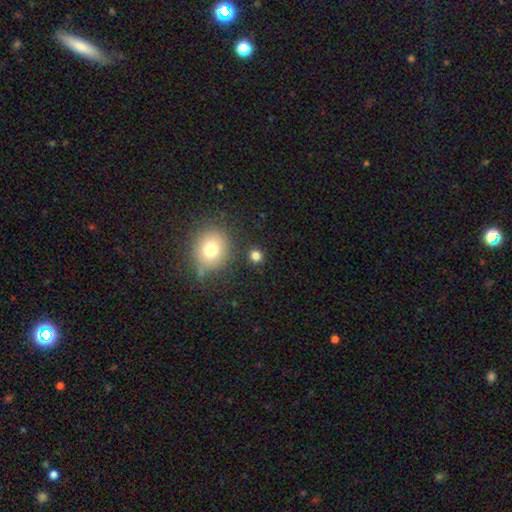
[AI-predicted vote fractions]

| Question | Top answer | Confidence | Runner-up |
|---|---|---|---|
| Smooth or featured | smooth | 79% | star or artifact (15%) |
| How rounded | round | 87% | in between (12%) |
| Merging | none | 84% | minor disturbance (8%) |